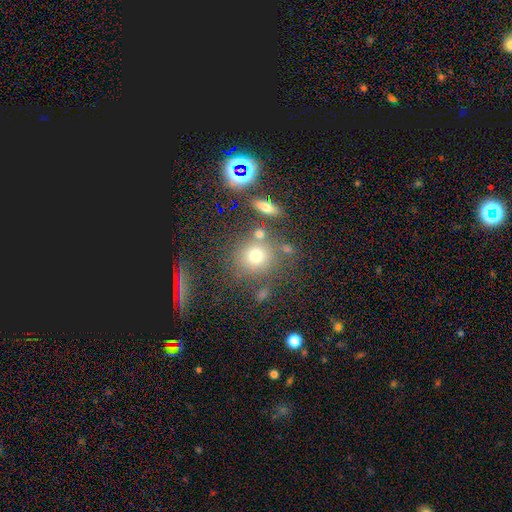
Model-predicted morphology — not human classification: The model was most divided on "smooth or featured": smooth: 69%, star or artifact: 18%, featured or disk: 13%. More confident: how rounded — round (84%); merging — none (69%).